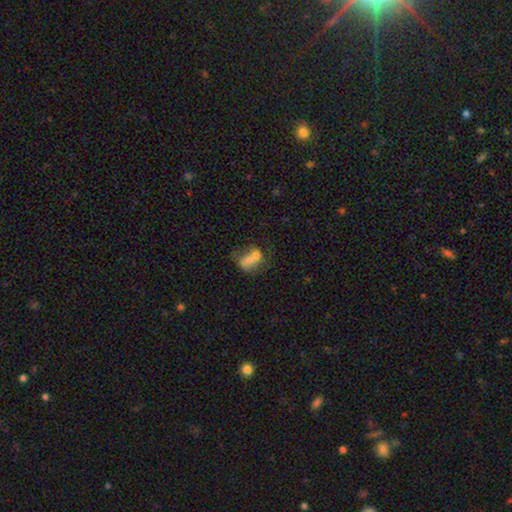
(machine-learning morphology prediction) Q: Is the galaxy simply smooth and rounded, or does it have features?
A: smooth — 60%.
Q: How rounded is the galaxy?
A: in between — 60%.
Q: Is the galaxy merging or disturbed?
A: merger — 66%.